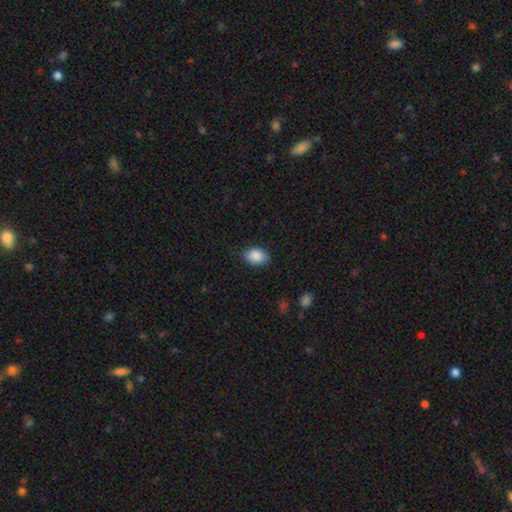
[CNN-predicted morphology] Smooth or featured: smooth — 88% (star or artifact — 7%)
How rounded: in between — 83% (round — 15%)
Merging: none — 84% (minor disturbance — 13%)